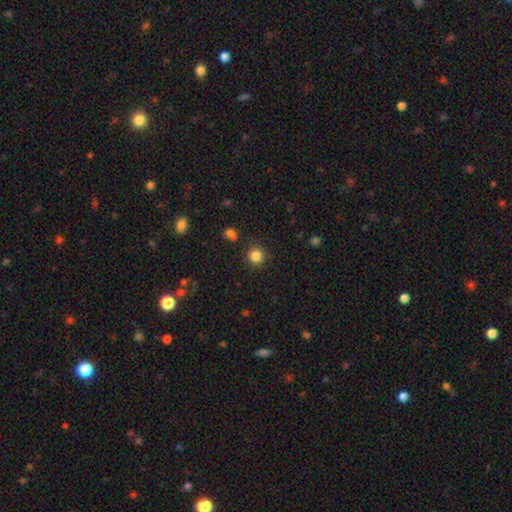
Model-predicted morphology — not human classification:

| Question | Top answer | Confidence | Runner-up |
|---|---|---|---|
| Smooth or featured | smooth | 84% | star or artifact (12%) |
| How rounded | round | 92% | in between (7%) |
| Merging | none | 89% | minor disturbance (7%) |